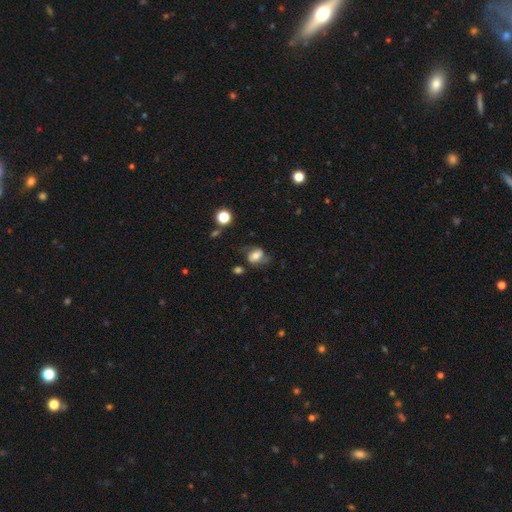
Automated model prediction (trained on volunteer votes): Q: Smooth or featured?
A: featured or disk (52%); runner-up: smooth (37%)
Q: Edge-on disk?
A: no (95%); runner-up: yes (5%)
Q: Merging?
A: none (59%); runner-up: minor disturbance (23%)